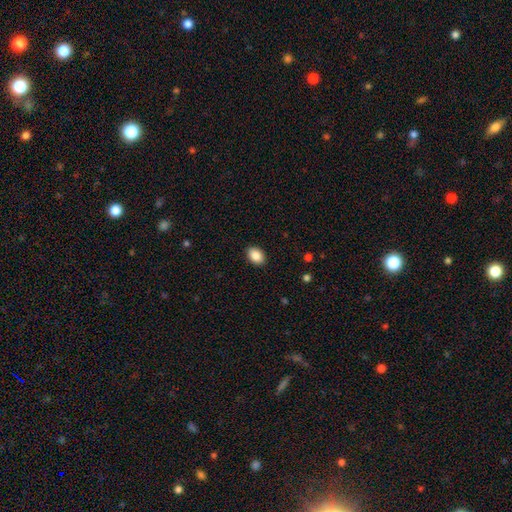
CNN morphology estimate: type=smooth (89%); roundness=in between (80%); merging=none (90%).